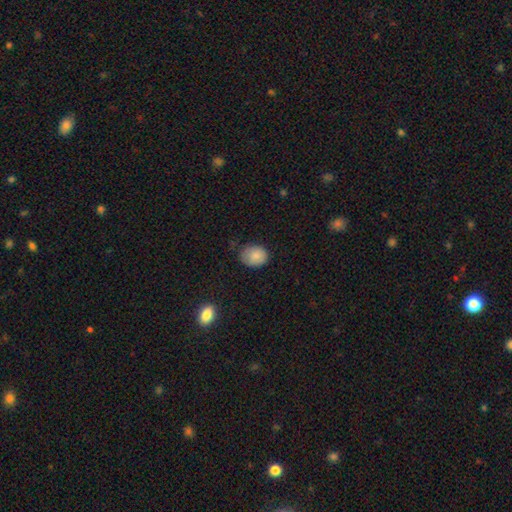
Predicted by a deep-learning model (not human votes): smooth_or_featured: smooth (p=0.85) [alt: star or artifact p=0.08]
how_rounded: round (p=0.51) [alt: in between p=0.48]
merging: none (p=0.64) [alt: minor disturbance p=0.29]